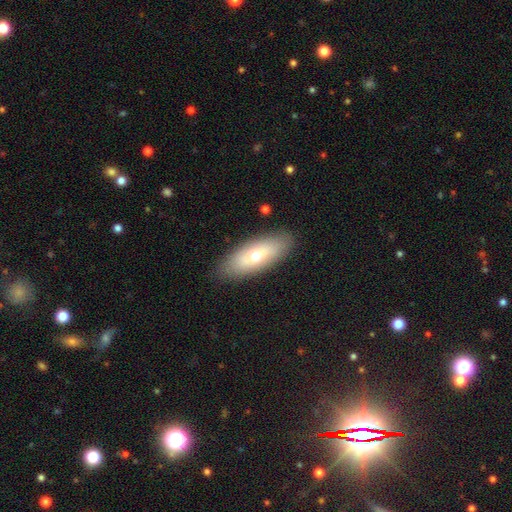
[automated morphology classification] smooth 60%, featured or disk 33%, star or artifact 7%. Down the decision tree: how rounded — in between (72%); merging — none (87%).